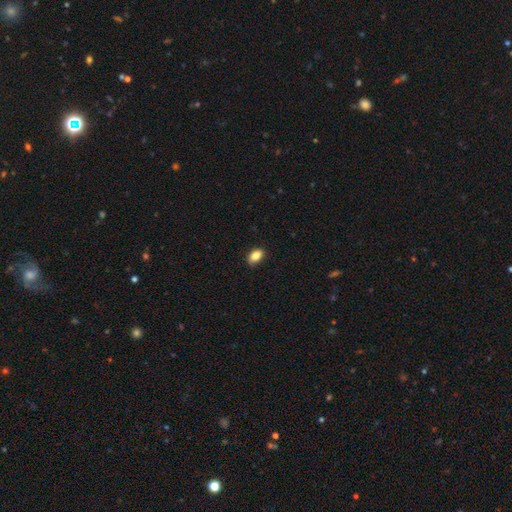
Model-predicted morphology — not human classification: This is clearly a smooth galaxy (87%). How rounded: clearly in between (89%). Merging: clearly none (86%).